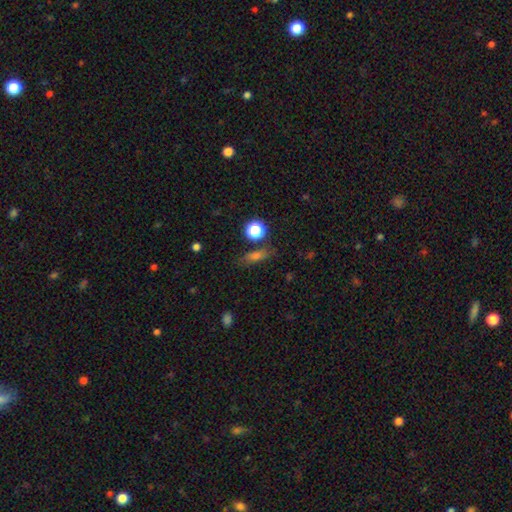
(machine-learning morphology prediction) Smooth or featured? smooth (65%)
How rounded? in between (48%)
Merging? none (74%)